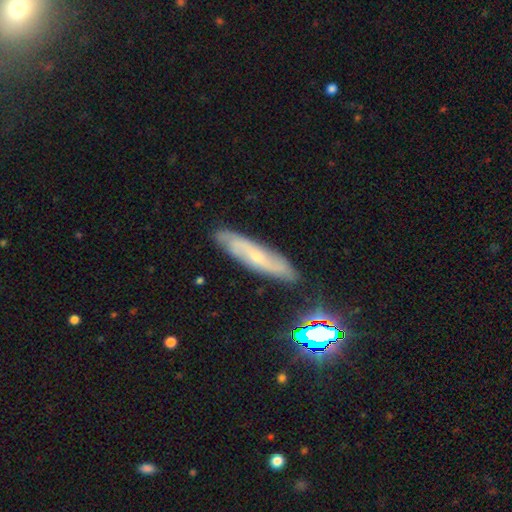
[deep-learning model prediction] A featured or disk galaxy (61%).

Vote fractions:
- Smooth or featured? featured or disk: 61% / smooth: 29% / star or artifact: 11%
- Edge-on disk? no: 61% / yes: 39%
- Merging? none: 81% / minor disturbance: 14% / major disturbance: 3% / merger: 2%